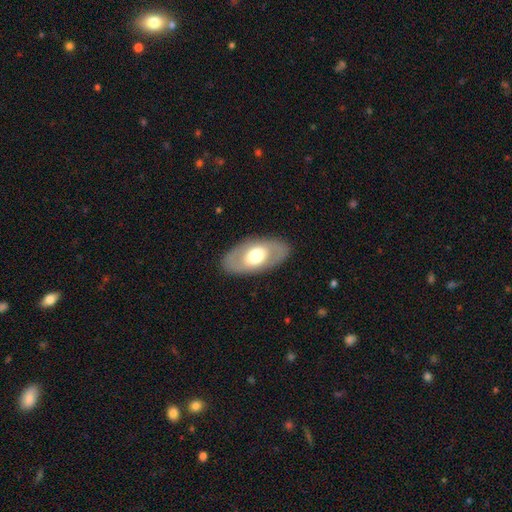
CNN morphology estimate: smooth_or_featured: featured or disk (p=0.51) [alt: smooth p=0.44]
disk_edge_on: no (p=0.88) [alt: yes p=0.12]
merging: none (p=0.86) [alt: minor disturbance p=0.09]